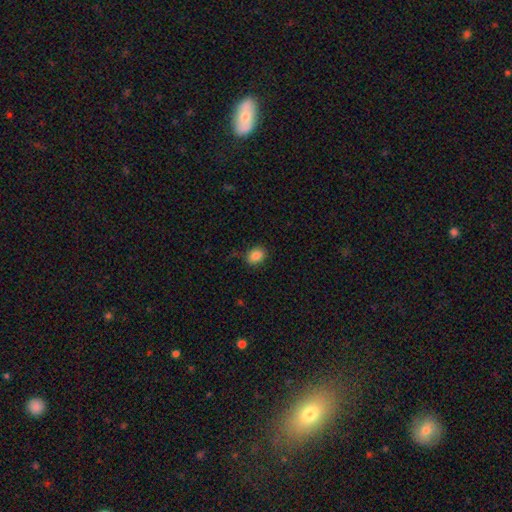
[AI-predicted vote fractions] Smooth or featured?
  - smooth: 85% *
  - star or artifact: 10%
  - featured or disk: 5%
How rounded?
  - in between: 52% *
  - round: 47%
  - cigar-shaped: 1%
Merging?
  - none: 83% *
  - minor disturbance: 13%
  - major disturbance: 3%
  - merger: 1%